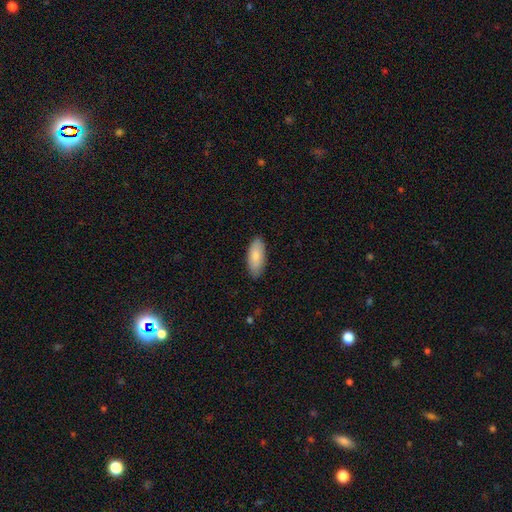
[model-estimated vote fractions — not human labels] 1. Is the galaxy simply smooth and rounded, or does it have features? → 83% smooth, 11% featured or disk, 6% star or artifact.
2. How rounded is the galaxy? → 86% in between, 12% cigar-shaped, 2% round.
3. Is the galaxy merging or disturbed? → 87% none, 10% minor disturbance, 2% major disturbance, 1% merger.